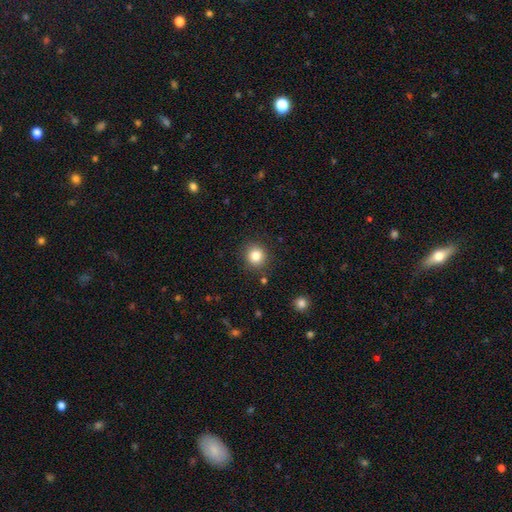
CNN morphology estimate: type=smooth (83%); roundness=round (91%); merging=none (88%).